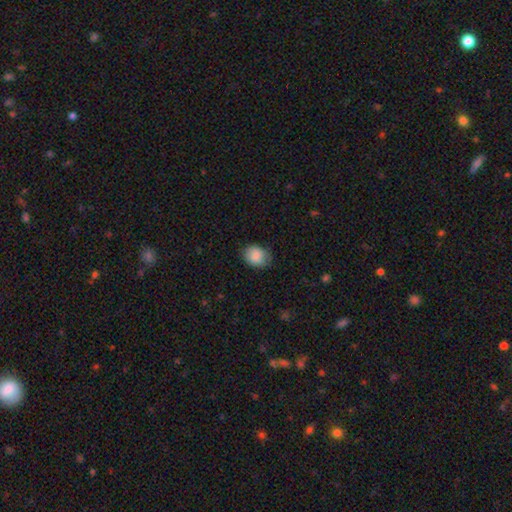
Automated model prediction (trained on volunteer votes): smooth_or_featured: smooth (p=0.87) [alt: star or artifact p=0.07]
how_rounded: in between (p=0.51) [alt: round p=0.49]
merging: none (p=0.73) [alt: minor disturbance p=0.21]